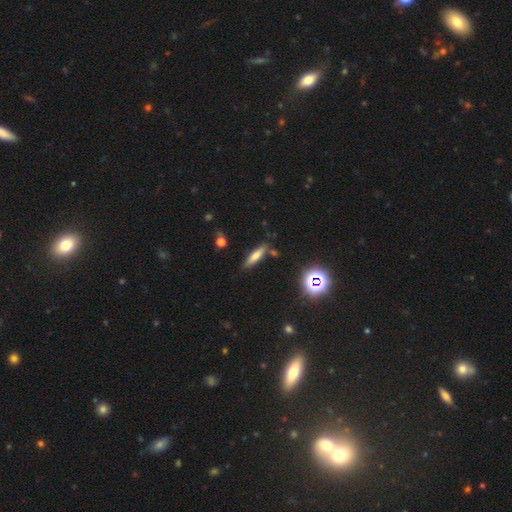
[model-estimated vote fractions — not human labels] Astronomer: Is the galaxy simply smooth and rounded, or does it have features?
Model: smooth — 63%.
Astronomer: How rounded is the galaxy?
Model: cigar-shaped — 73%.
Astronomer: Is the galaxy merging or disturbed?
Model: none — 81%.